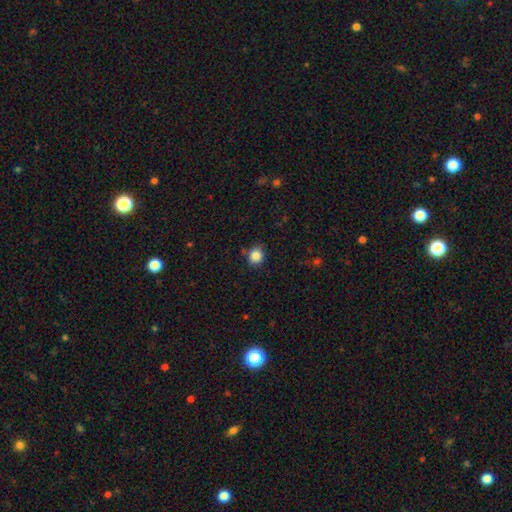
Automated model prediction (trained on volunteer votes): Smooth or featured? Predicted: smooth (p=0.86). How rounded? Predicted: round (p=0.81). Merging? Predicted: none (p=0.83).